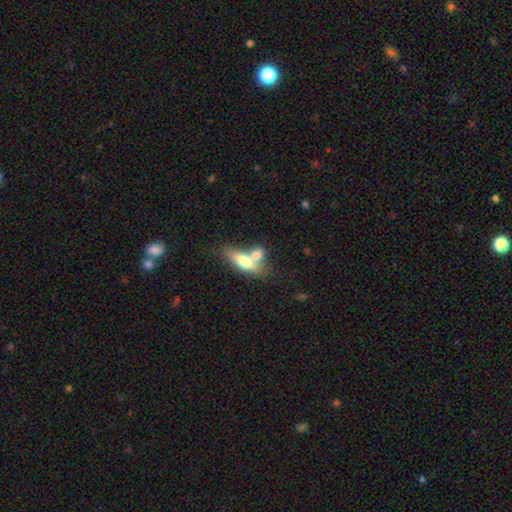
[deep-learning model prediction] smooth-or-featured: smooth: 64% | featured or disk: 29% | star or artifact: 7%
  how-rounded: in between: 63% | cigar-shaped: 28% | round: 9%
  merging: merger: 56% | none: 30% | minor disturbance: 9% | major disturbance: 5%